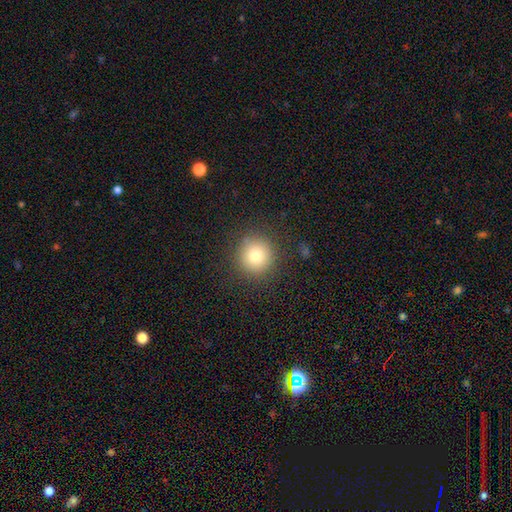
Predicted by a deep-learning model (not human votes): Q: Smooth or featured?
A: smooth (78%); runner-up: star or artifact (13%)
Q: How rounded?
A: round (95%); runner-up: in between (4%)
Q: Merging?
A: none (89%); runner-up: minor disturbance (7%)